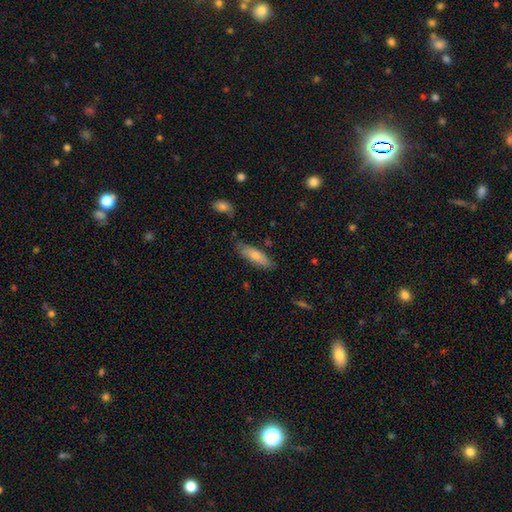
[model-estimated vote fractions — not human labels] This appears to be a smooth galaxy with no disk features (73%) that is in between round and cigar-shaped (50%). Merging: none (75%).